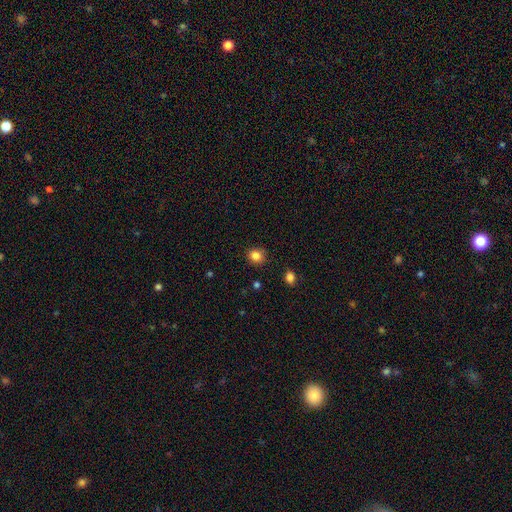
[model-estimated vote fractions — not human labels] A smooth galaxy with no disk features (84%) that is round (81%). Merging: none (88%).